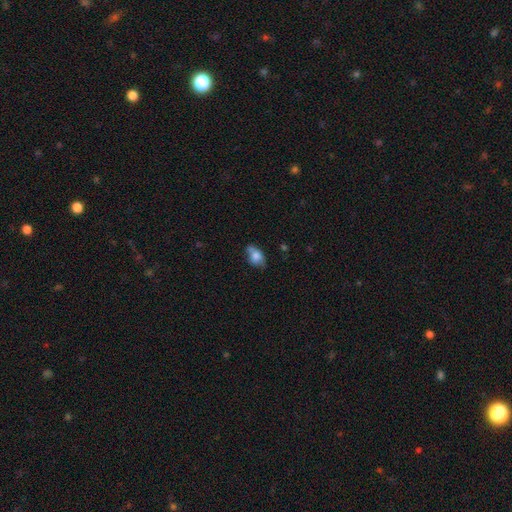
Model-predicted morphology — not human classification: This appears to be a smooth galaxy with no disk features (75%) that is in between round and cigar-shaped (83%). Merging: none (51%).